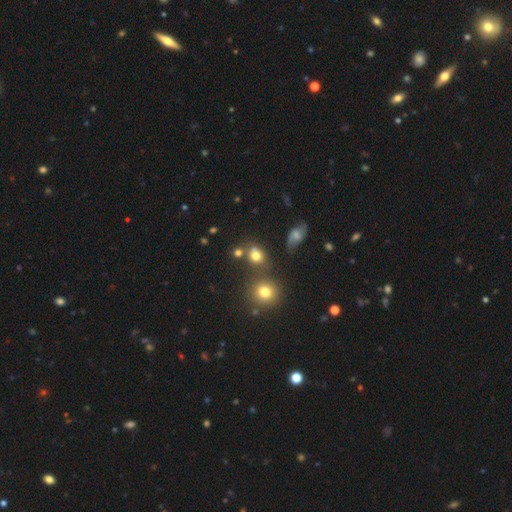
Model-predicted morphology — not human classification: Overall: smooth (73%). How rounded: round (68%; in between 31%). Merging: none (59%; merger 22%).